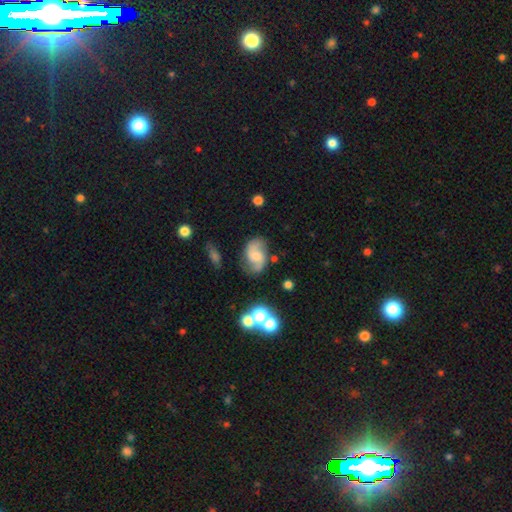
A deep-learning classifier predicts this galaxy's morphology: The model was most divided on "spiral winding": loose: 45%, medium: 42%, tight: 13%. Remaining: edge-on disk — no (97%); spiral arms — yes (93%); spiral arm count — 2 (89%); merging — none (71%); smooth or featured — featured or disk (69%); bar — no (52%); bulge size — small (47%).